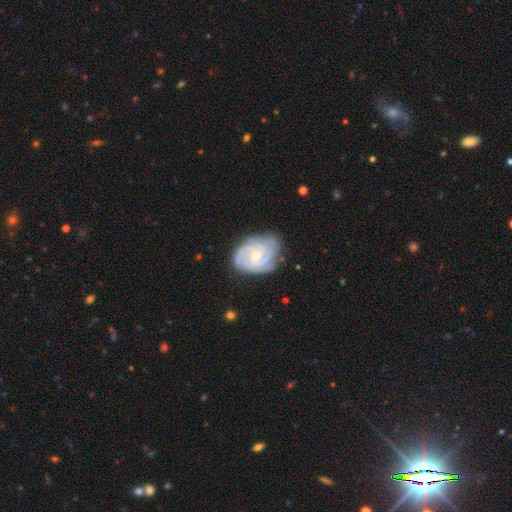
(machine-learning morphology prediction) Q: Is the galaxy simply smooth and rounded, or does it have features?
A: featured or disk — 86%.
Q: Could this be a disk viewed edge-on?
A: no — 98%.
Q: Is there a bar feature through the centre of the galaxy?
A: no — 52%.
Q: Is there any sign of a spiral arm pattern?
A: yes — 97%.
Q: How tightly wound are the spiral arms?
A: tight — 67%.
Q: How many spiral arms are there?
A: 3 — 36%.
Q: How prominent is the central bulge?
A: small — 62%.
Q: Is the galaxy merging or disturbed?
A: none — 73%.